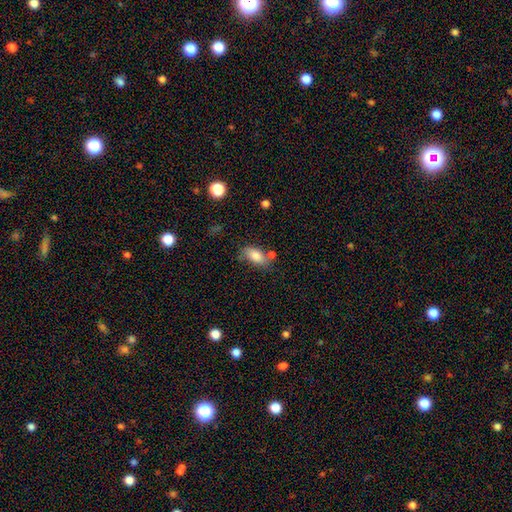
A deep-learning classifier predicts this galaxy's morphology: Smooth or featured: smooth — 81% (featured or disk — 11%)
How rounded: in between — 88% (round — 6%)
Merging: none — 57% (minor disturbance — 21%)